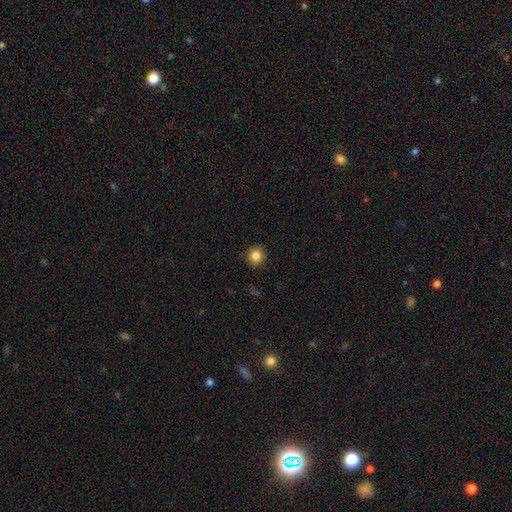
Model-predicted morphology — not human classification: Smooth or featured? smooth (84%)
How rounded? round (92%)
Merging? none (91%)